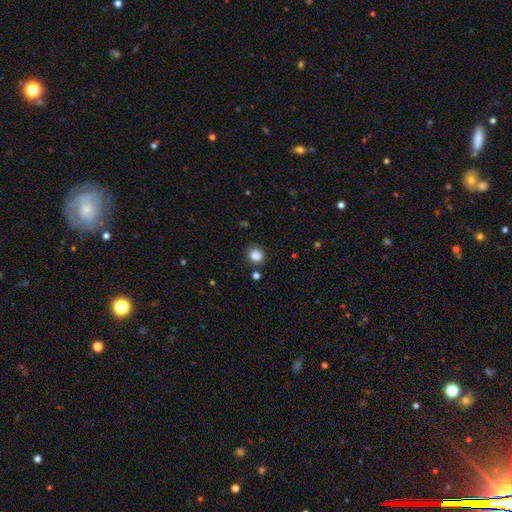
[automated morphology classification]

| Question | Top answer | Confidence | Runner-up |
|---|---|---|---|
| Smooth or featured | smooth | 85% | star or artifact (11%) |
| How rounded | round | 78% | in between (21%) |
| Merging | none | 86% | minor disturbance (9%) |